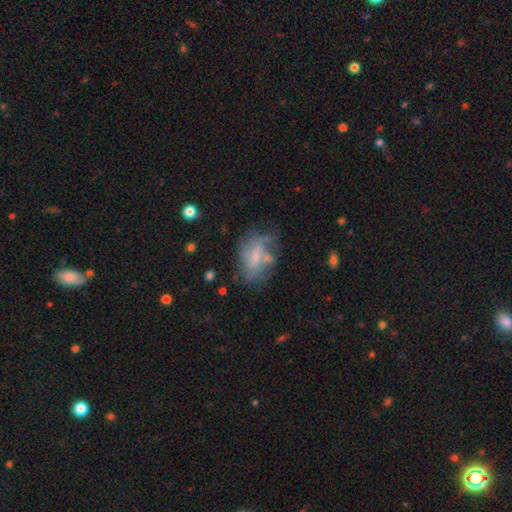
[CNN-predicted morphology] Smooth or featured? Predicted: featured or disk (p=0.58). Edge-on disk? Predicted: no (p=0.95). Bar? Predicted: no (p=0.48). Spiral arms? Predicted: yes (p=0.65). Bulge size? Predicted: small (p=0.59). Merging? Predicted: none (p=0.48).